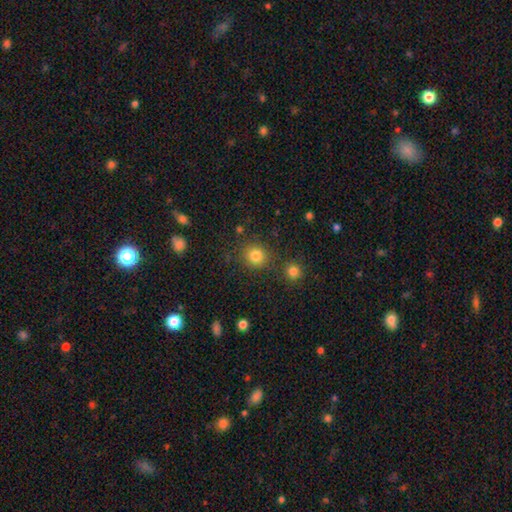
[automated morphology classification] This appears to be a smooth galaxy with no disk features (83%) that is round (88%). Merging: none (83%).